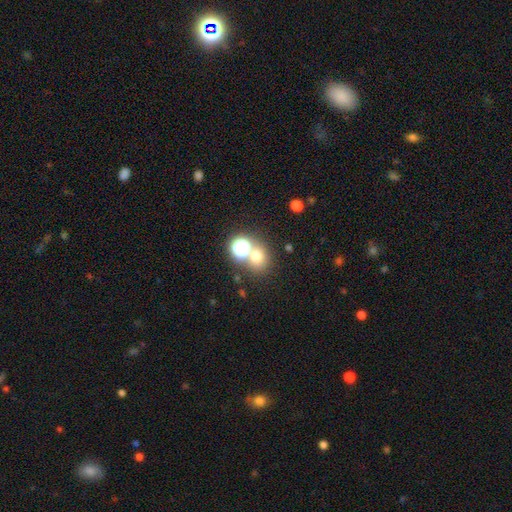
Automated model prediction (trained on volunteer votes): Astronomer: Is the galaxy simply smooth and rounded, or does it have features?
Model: smooth — 66%.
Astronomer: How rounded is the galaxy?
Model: round — 78%.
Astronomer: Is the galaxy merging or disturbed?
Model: none — 60%.